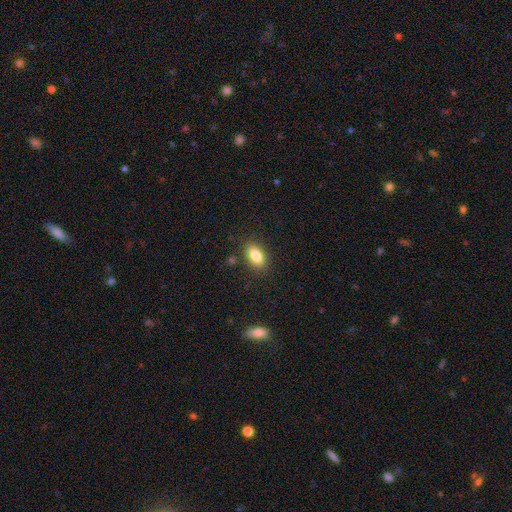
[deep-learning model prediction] Q: Smooth or featured?
A: smooth (84%); runner-up: star or artifact (8%)
Q: How rounded?
A: in between (87%); runner-up: cigar-shaped (7%)
Q: Merging?
A: none (85%); runner-up: minor disturbance (10%)